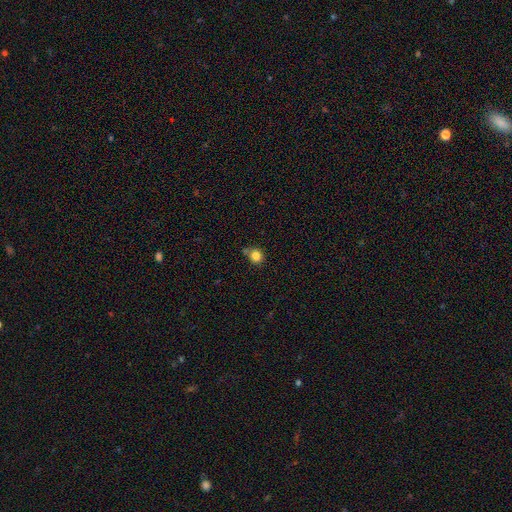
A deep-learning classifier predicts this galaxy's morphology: Smooth or featured? smooth (83%)
How rounded? round (81%)
Merging? none (64%)